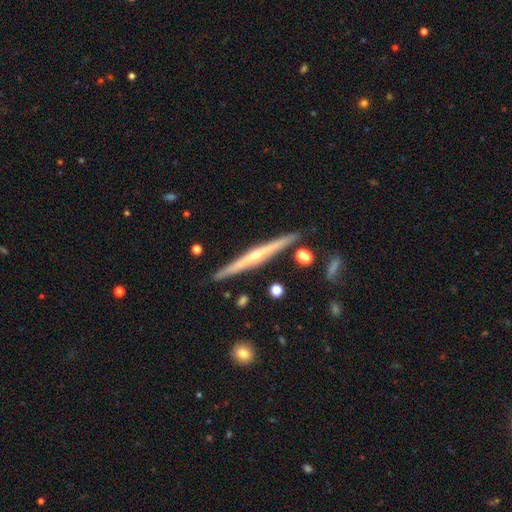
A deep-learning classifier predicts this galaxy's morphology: A featured or disk galaxy (77%) viewed edge-on (98%) with a rounded central bulge (76%).

Vote fractions:
- Smooth or featured? featured or disk: 77% / smooth: 17% / star or artifact: 6%
- Edge-on disk? yes: 98% / no: 2%
- Edge-on bulge? rounded: 76% / none: 21% / boxy: 3%
- Merging? none: 90% / minor disturbance: 7% / merger: 2% / major disturbance: 1%